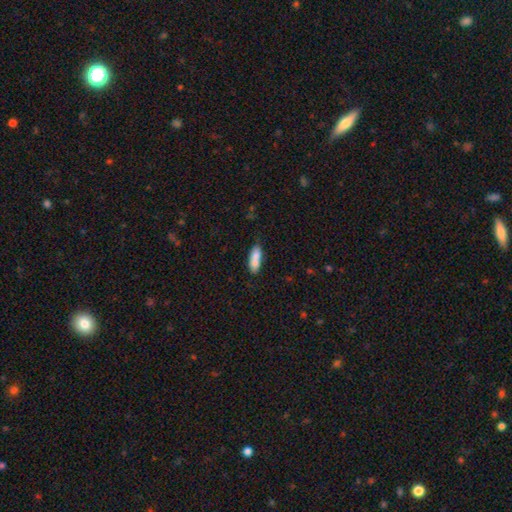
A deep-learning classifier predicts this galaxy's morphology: Smooth or featured: smooth — 79% (featured or disk — 14%)
How rounded: in between — 61% (cigar-shaped — 36%)
Merging: none — 50% (merger — 27%)